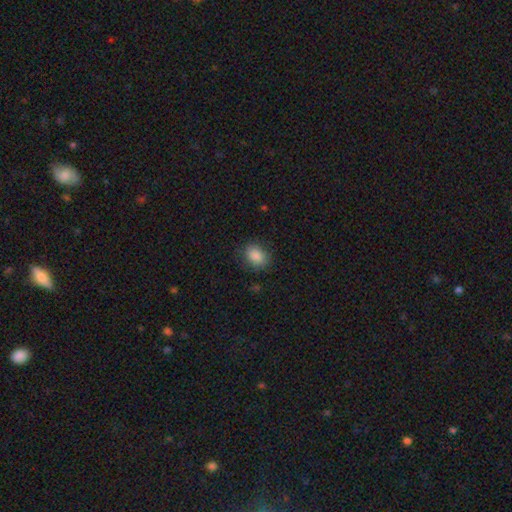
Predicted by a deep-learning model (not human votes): A smooth galaxy with no disk features (87%) that is in between round and cigar-shaped (65%). Merging: none (80%).